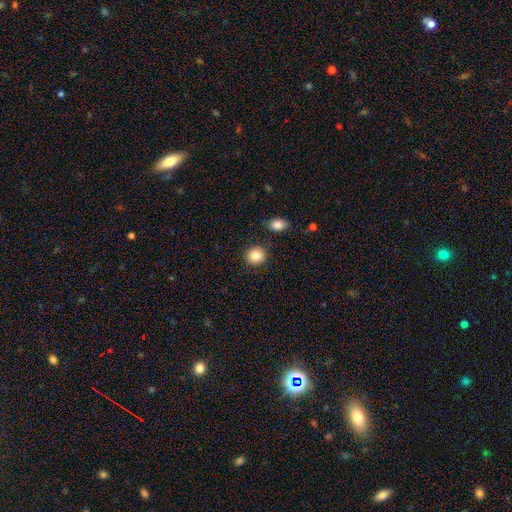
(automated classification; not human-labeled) smooth 84%, star or artifact 9%, featured or disk 7%. Down the decision tree: how rounded — round (83%); merging — none (87%).